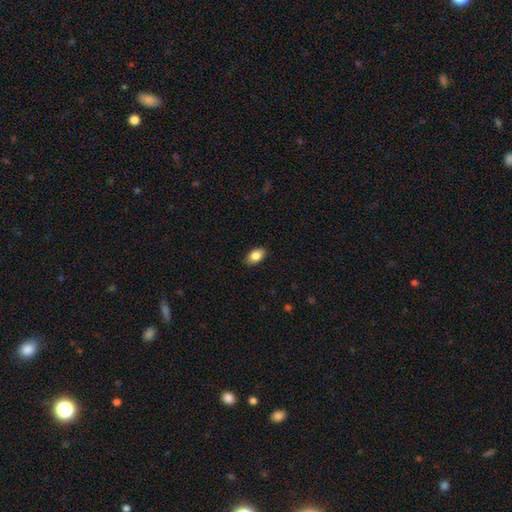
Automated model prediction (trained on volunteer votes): Smooth or featured? Predicted: smooth (p=0.84). How rounded? Predicted: in between (p=0.91). Merging? Predicted: none (p=0.88).